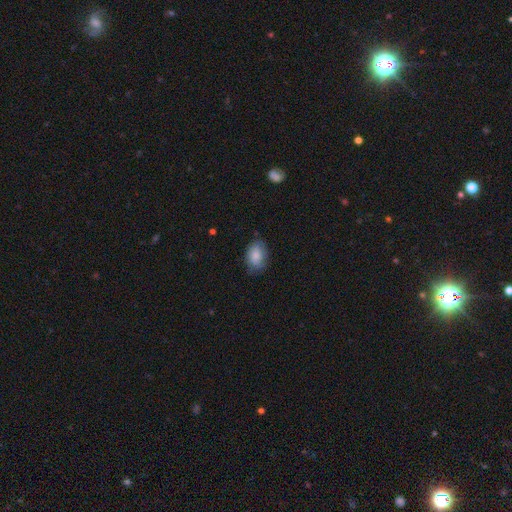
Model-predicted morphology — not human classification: Smooth or featured? Predicted: smooth (p=0.81). How rounded? Predicted: in between (p=0.84). Merging? Predicted: none (p=0.72).